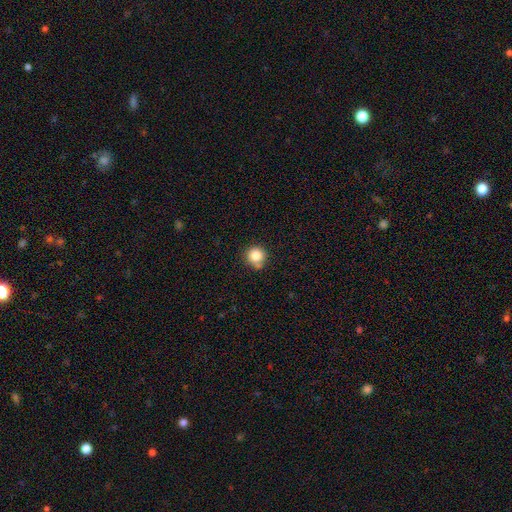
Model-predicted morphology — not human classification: Smooth or featured: smooth — 84% (star or artifact — 10%)
How rounded: round — 94% (in between — 5%)
Merging: none — 72% (minor disturbance — 16%)